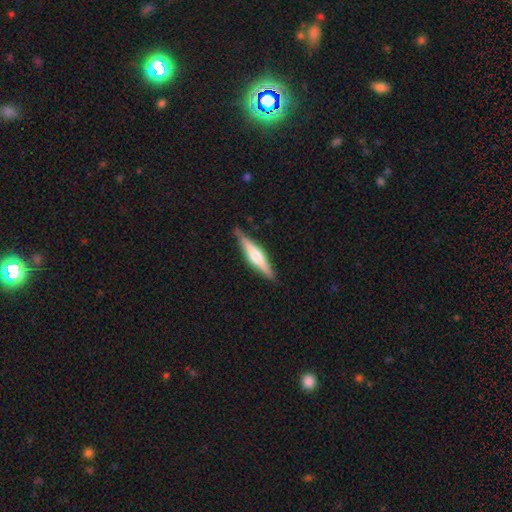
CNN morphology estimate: Overall: featured or disk (61%; smooth 34%). Edge-on disk: yes (97%). Edge-on bulge: rounded (75%). Merging: none (86%).